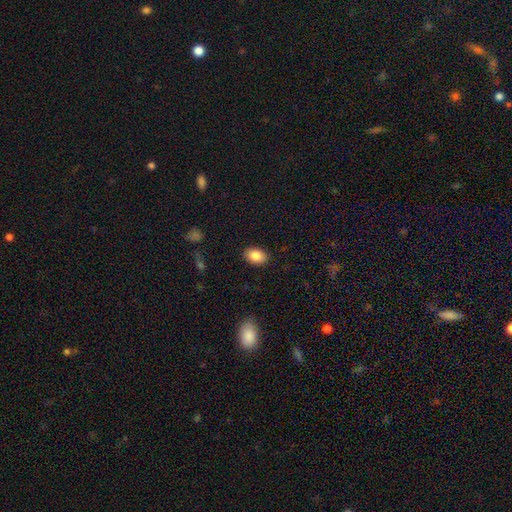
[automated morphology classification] smooth-or-featured: smooth: 86% | star or artifact: 7% | featured or disk: 6%
  how-rounded: in between: 84% | round: 15% | cigar-shaped: 1%
  merging: none: 89% | minor disturbance: 8% | major disturbance: 2% | merger: 1%